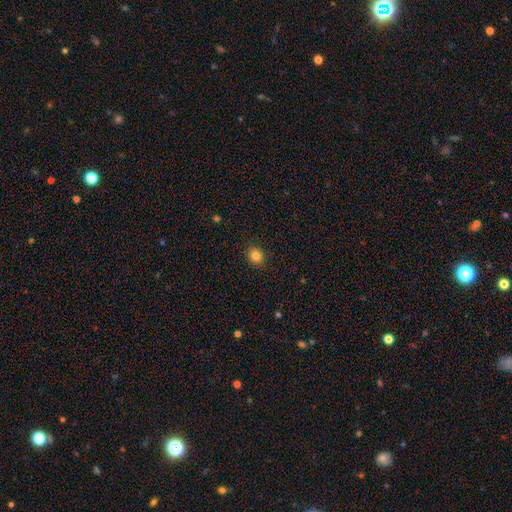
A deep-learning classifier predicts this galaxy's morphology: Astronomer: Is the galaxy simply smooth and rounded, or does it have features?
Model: smooth — 84%.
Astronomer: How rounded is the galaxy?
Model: round — 80%.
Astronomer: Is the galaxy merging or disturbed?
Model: none — 91%.